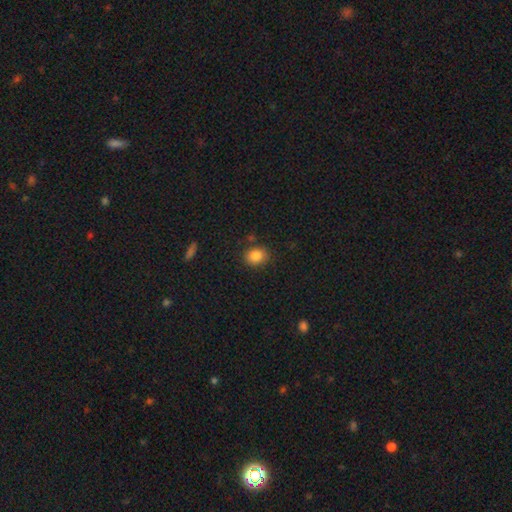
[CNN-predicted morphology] The model was most divided on "how rounded": round: 53%, in between: 46%, cigar-shaped: 1%. More confident: smooth or featured — smooth (85%); merging — none (82%).